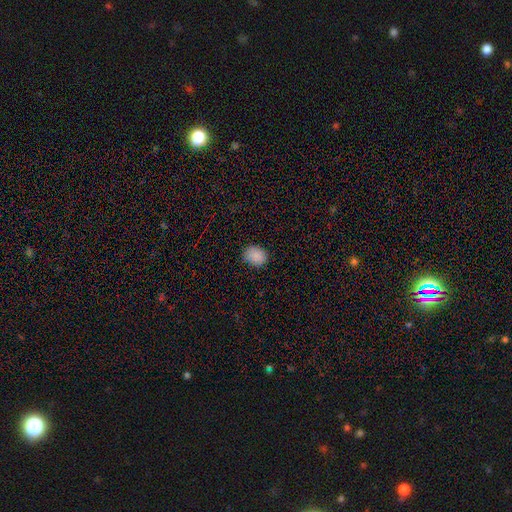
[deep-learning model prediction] smooth-or-featured: smooth: 87% | star or artifact: 9% | featured or disk: 3%
  how-rounded: in between: 53% | round: 47% | cigar-shaped: 1%
  merging: none: 81% | minor disturbance: 16% | major disturbance: 3% | merger: 1%